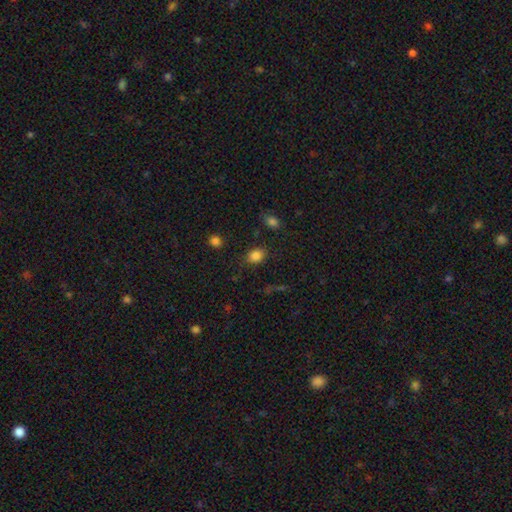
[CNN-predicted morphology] type=smooth (84%); roundness=in between (60%); merging=none (78%).